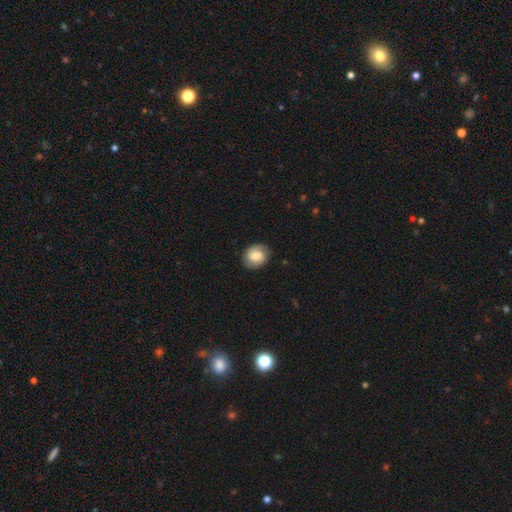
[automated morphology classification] Smooth or featured? smooth (56%)
How rounded? round (56%)
Merging? none (84%)